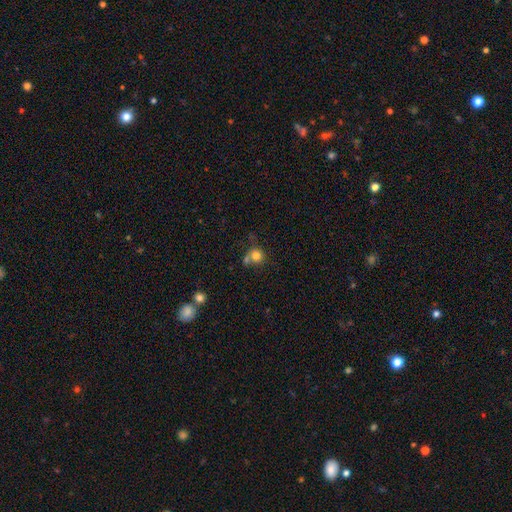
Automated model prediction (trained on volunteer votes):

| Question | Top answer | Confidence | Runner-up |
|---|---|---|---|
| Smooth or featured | smooth | 80% | star or artifact (11%) |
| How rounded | round | 88% | in between (11%) |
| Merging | none | 52% | merger (29%) |